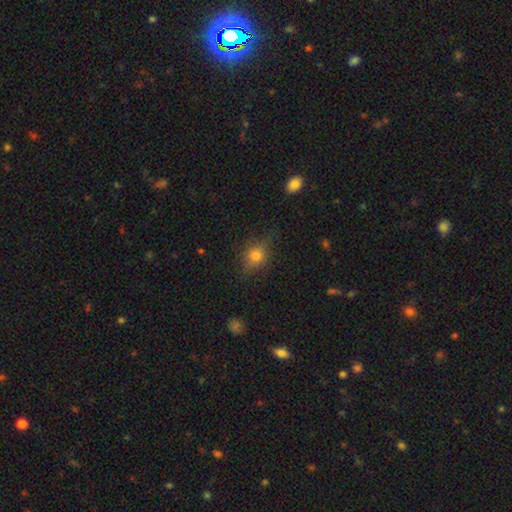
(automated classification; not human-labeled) This appears to be a smooth galaxy with no disk features (73%) that is round (64%). Merging: none (74%).